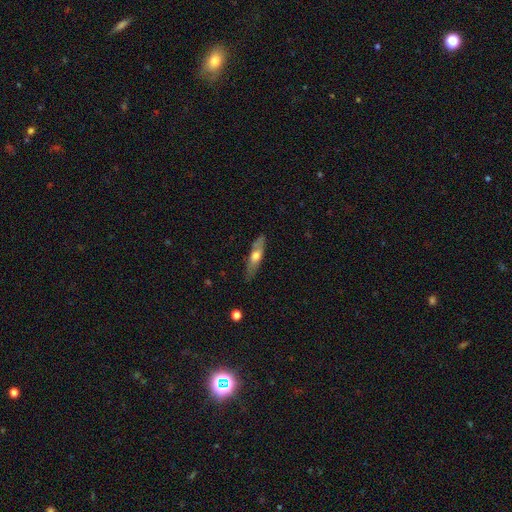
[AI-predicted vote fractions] This is possibly a smooth galaxy (50%). How rounded: likely cigar-shaped (70%). Merging: likely none (80%).